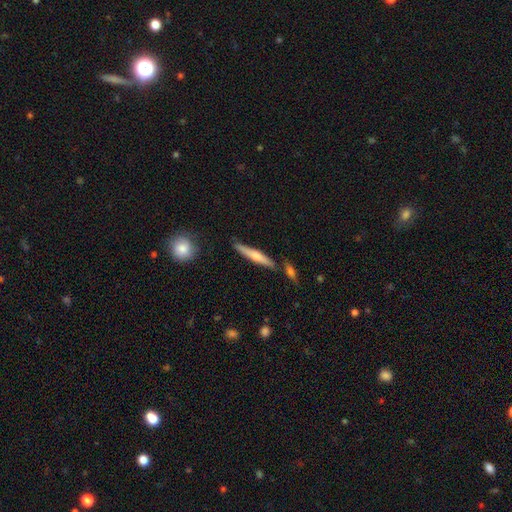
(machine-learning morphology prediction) Smooth or featured? Predicted: smooth (p=0.56). How rounded? Predicted: cigar-shaped (p=0.90). Merging? Predicted: none (p=0.77).